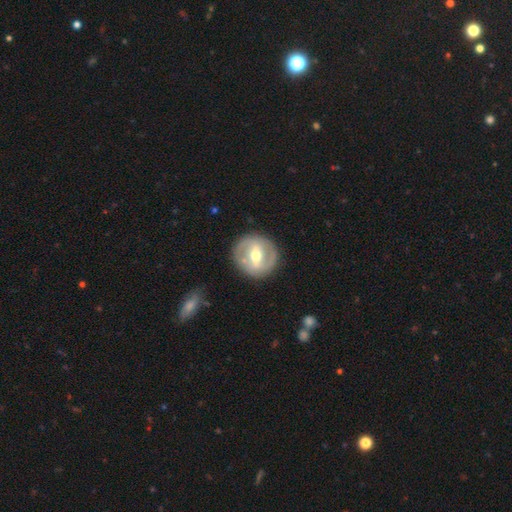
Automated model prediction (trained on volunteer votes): Smooth or featured? featured or disk (68%)
Edge-on disk? no (95%)
Bar? strong (45%)
Spiral arms? yes (55%)
Bulge size? moderate (73%)
Merging? none (85%)